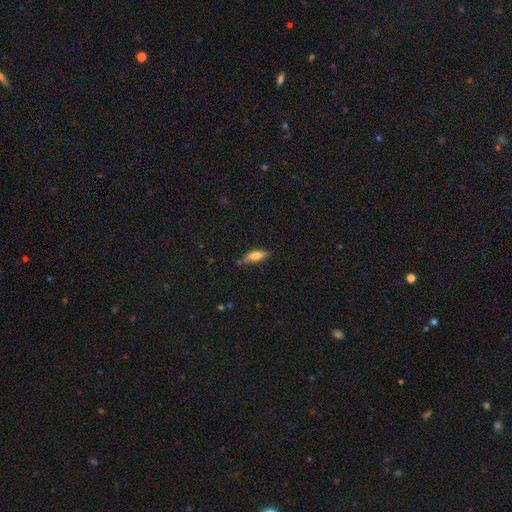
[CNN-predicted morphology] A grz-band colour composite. It shows a smooth galaxy with no disk features (75%) that is in between round and cigar-shaped (68%). Merging: none (71%).